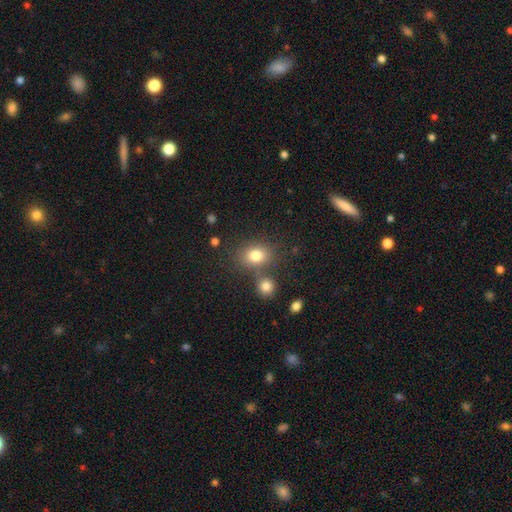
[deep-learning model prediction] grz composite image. It shows a smooth galaxy with no disk features (79%) that is in between round and cigar-shaped (55%). Merging: none (62%).